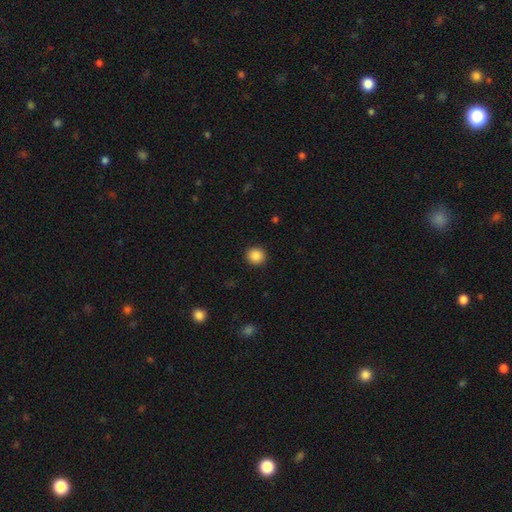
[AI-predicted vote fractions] Overall: smooth (88%). How rounded: round (92%). Merging: none (92%).